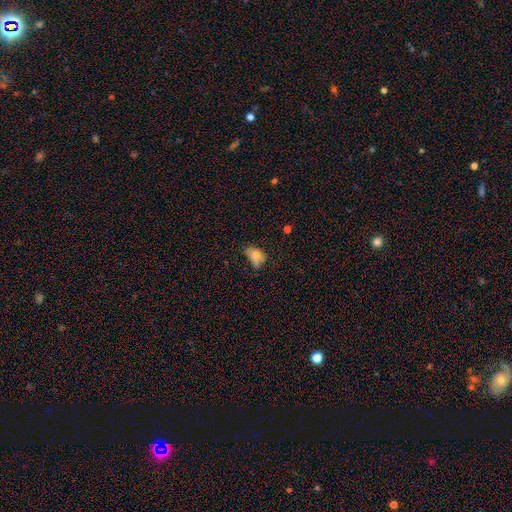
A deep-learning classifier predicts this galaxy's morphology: This appears to be a smooth galaxy with no disk features (70%) that is in between round and cigar-shaped (77%). Merging: minor disturbance (36%, tied with none).